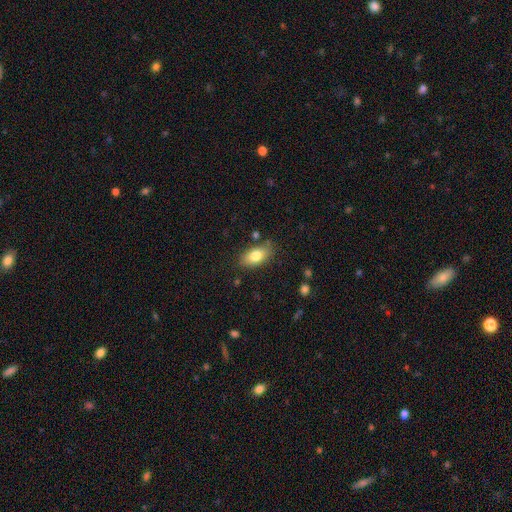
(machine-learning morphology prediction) A smooth galaxy with no disk features (79%) that is in between round and cigar-shaped (90%).

Vote fractions:
- Smooth or featured? smooth: 79% / featured or disk: 13% / star or artifact: 7%
- How rounded? in between: 90% / cigar-shaped: 5% / round: 5%
- Merging? none: 79% / minor disturbance: 15% / major disturbance: 3% / merger: 3%